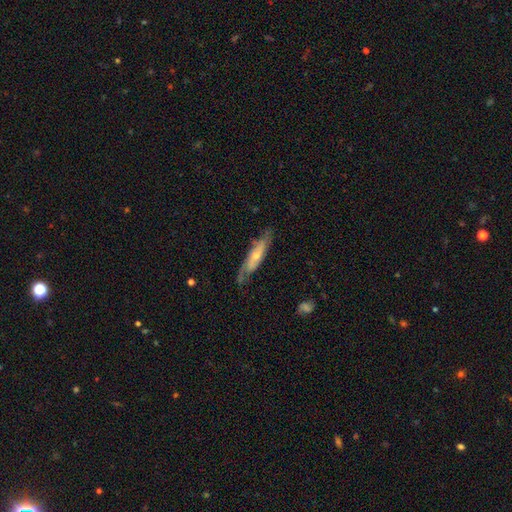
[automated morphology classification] type=featured or disk (60%); edge-on=no (59%); merging=none (68%).